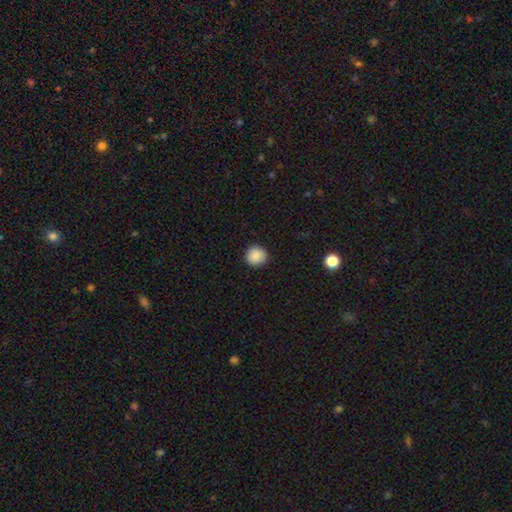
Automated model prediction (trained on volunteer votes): A smooth galaxy with no disk features (88%) that is round (94%).

Vote fractions:
- Smooth or featured? smooth: 88% / star or artifact: 8% / featured or disk: 3%
- How rounded? round: 94% / in between: 5% / cigar-shaped: 1%
- Merging? none: 91% / minor disturbance: 6% / major disturbance: 2% / merger: 1%